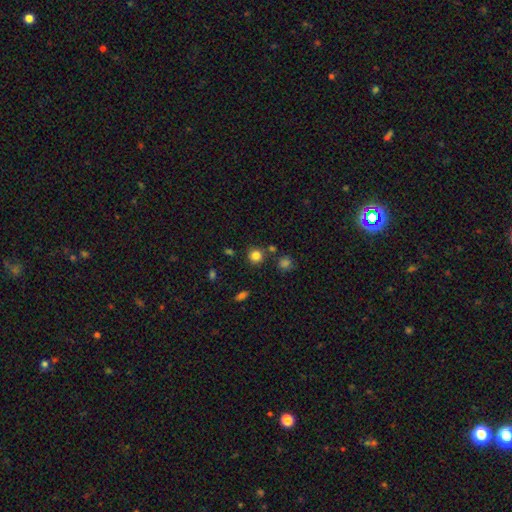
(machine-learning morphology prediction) This appears to be a smooth galaxy with no disk features (82%) that is round (90%). Merging: none (81%).